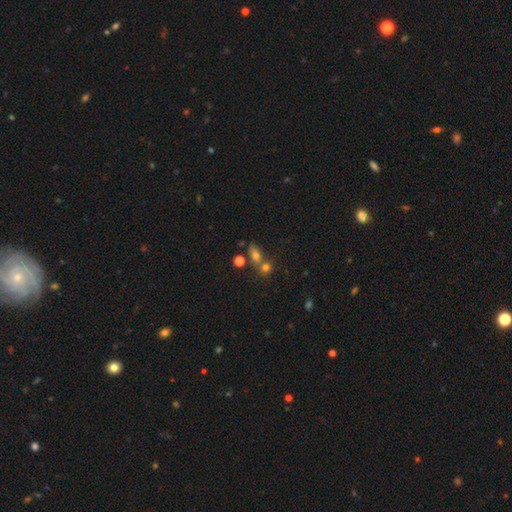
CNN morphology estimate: Smooth or featured: smooth — 60% (star or artifact — 23%)
How rounded: in between — 55% (round — 34%)
Merging: none — 47% (merger — 38%)